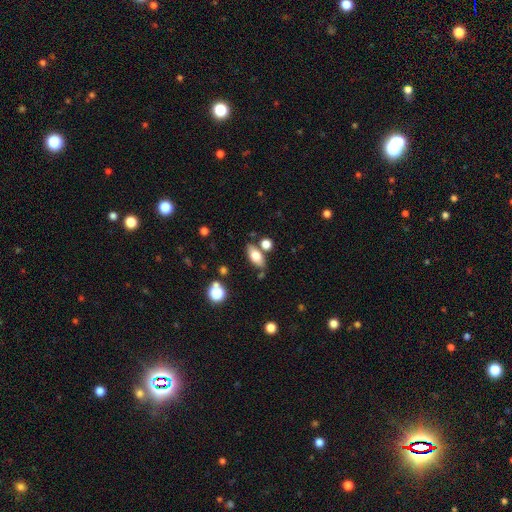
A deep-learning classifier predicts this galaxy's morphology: Overall: smooth (72%). How rounded: in between (83%). Merging: none (75%).